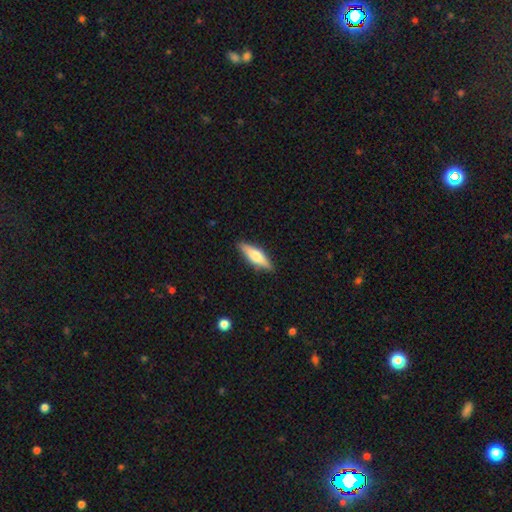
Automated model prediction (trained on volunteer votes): smooth 51%, featured or disk 43%, star or artifact 6%. Down the decision tree: how rounded — cigar-shaped (60%); merging — none (88%).